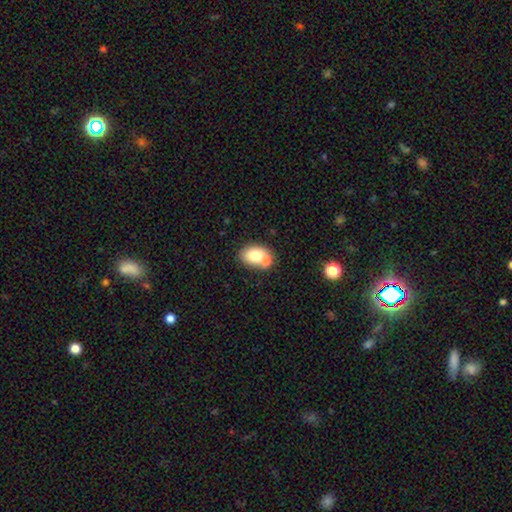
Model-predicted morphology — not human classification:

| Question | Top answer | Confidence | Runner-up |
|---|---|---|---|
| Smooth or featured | smooth | 74% | featured or disk (18%) |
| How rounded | in between | 73% | round (26%) |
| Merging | none | 43% | merger (42%) |